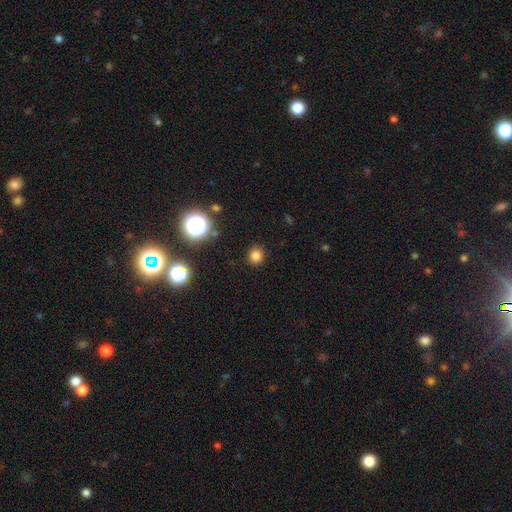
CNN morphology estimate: A smooth galaxy with no disk features (78%) that is round (80%). Merging: none (89%).